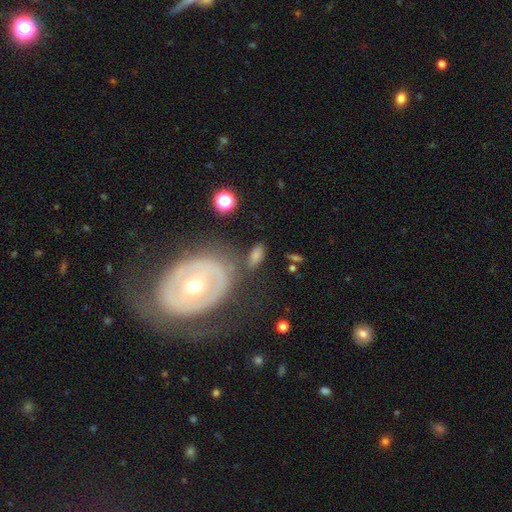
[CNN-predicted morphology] type=smooth (70%); roundness=in between (86%); merging=none (63%).